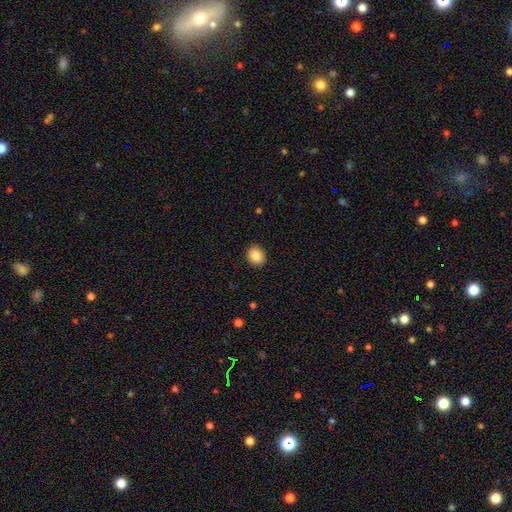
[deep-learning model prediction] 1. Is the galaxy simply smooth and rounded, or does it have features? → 87% smooth, 8% star or artifact, 4% featured or disk.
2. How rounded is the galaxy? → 63% round, 36% in between, 1% cigar-shaped.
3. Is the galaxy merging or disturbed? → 90% none, 7% minor disturbance, 2% major disturbance, 1% merger.